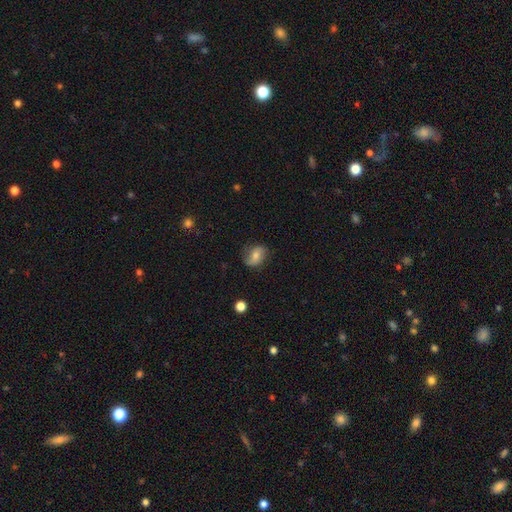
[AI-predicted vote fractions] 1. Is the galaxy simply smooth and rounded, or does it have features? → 48% smooth, 43% featured or disk, 9% star or artifact.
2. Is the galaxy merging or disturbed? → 70% none, 22% minor disturbance, 7% major disturbance, 1% merger.